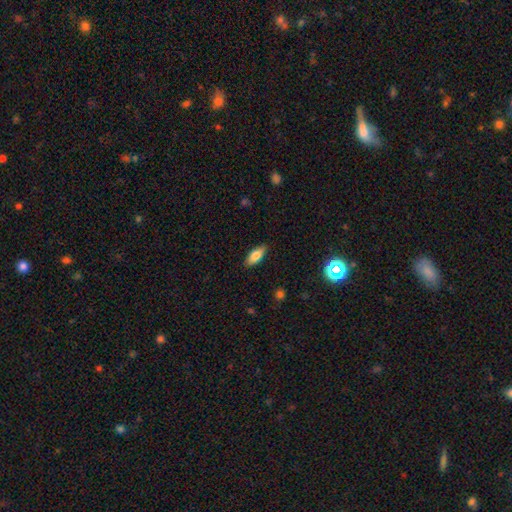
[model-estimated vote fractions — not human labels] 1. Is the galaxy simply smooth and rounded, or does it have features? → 79% smooth, 14% featured or disk, 7% star or artifact.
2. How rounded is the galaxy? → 79% in between, 19% cigar-shaped, 2% round.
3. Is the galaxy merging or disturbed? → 87% none, 10% minor disturbance, 2% major disturbance, 1% merger.